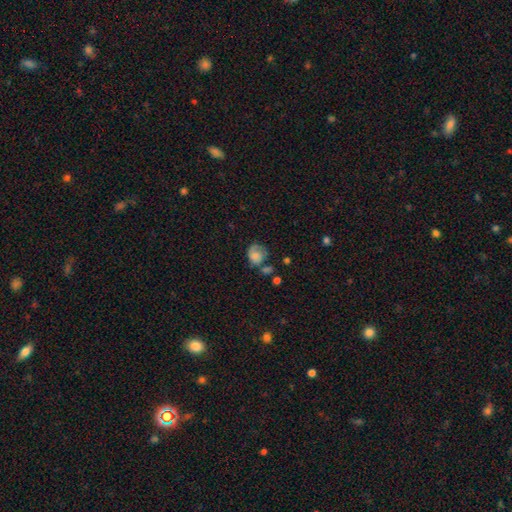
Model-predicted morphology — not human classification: Q: Smooth or featured?
A: smooth (58%); runner-up: featured or disk (33%)
Q: How rounded?
A: round (60%); runner-up: in between (39%)
Q: Merging?
A: none (39%); runner-up: minor disturbance (27%)